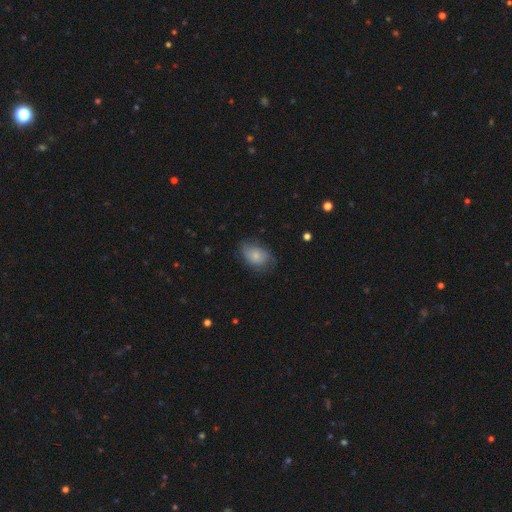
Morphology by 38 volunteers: A featured or disk galaxy (55%) with no bar (81%), 2 (56%) medium (50%) spiral arms (86%) and a small central bulge (52%). Merging: none (51%).